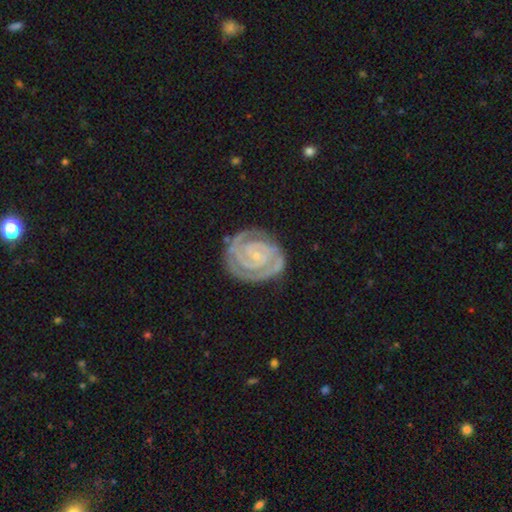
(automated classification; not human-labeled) smooth-or-featured: featured or disk: 91% | smooth: 4% | star or artifact: 4%
  disk-edge-on: no: 98% | yes: 2%
    bar: no: 55% | weak: 29% | strong: 15%
    has-spiral-arms: yes: 98% | no: 2%
      spiral-winding: tight: 83% | medium: 15% | loose: 2%
      spiral-arm-count: 2: 78% | 3: 10% | can't tell: 5% | 4: 2% | 1: 2% | more than 4: 2%
    bulge-size: small: 80% | moderate: 11% | none: 7% | large: 1% | dominant: 1%
  merging: none: 79% | minor disturbance: 15% | major disturbance: 4% | merger: 2%